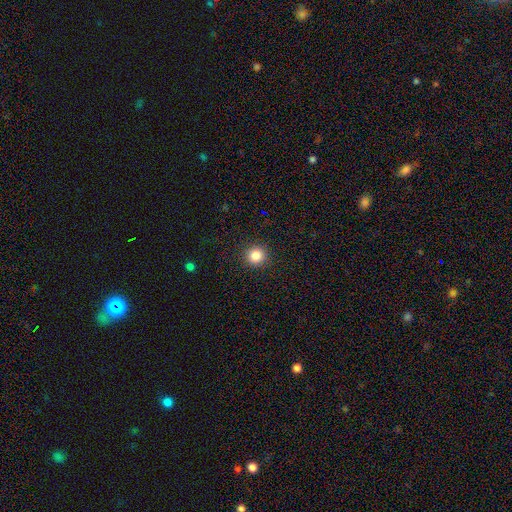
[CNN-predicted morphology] Smooth or featured? smooth (85%)
How rounded? round (93%)
Merging? none (92%)